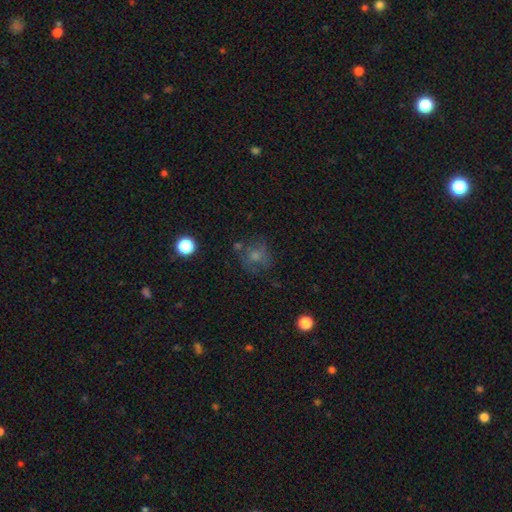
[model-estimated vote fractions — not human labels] Smooth or featured? Predicted: smooth (p=0.62). How rounded? Predicted: round (p=0.78). Merging? Predicted: none (p=0.55).